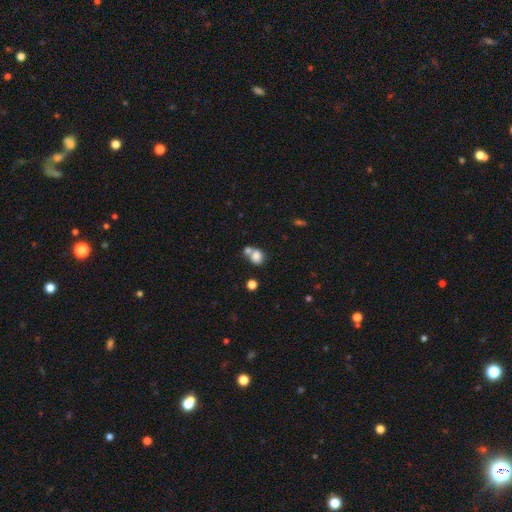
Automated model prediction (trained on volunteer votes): Smooth or featured? smooth (80%)
How rounded? round (59%)
Merging? merger (49%)